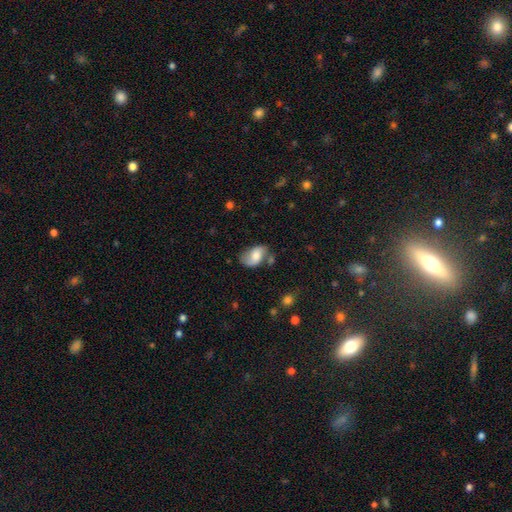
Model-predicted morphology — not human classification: Smooth or featured: smooth — 55% (featured or disk — 37%)
How rounded: in between — 89% (round — 10%)
Merging: none — 52% (minor disturbance — 29%)